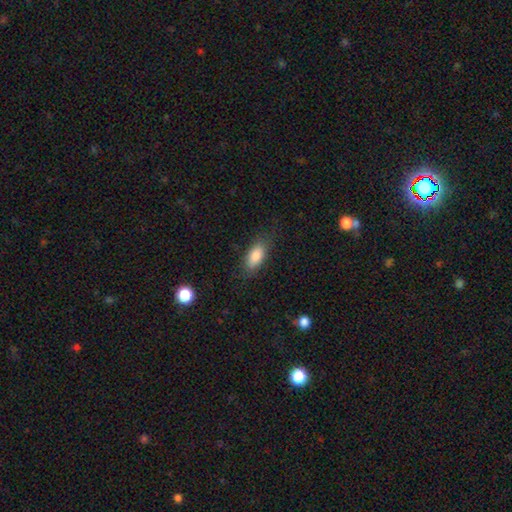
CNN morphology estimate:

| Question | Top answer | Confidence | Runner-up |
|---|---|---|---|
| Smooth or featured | smooth | 82% | featured or disk (11%) |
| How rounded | in between | 85% | cigar-shaped (11%) |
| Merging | none | 78% | minor disturbance (16%) |